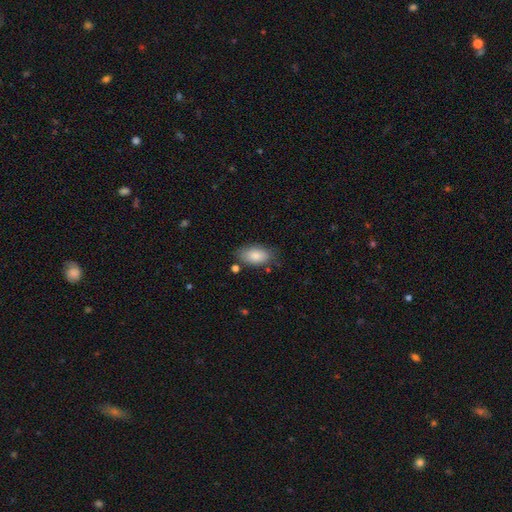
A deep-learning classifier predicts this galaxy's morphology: A smooth galaxy with no disk features (84%) that is in between round and cigar-shaped (93%).

Vote fractions:
- Smooth or featured? smooth: 84% / featured or disk: 9% / star or artifact: 7%
- How rounded? in between: 93% / round: 4% / cigar-shaped: 3%
- Merging? none: 74% / minor disturbance: 18% / major disturbance: 4% / merger: 4%